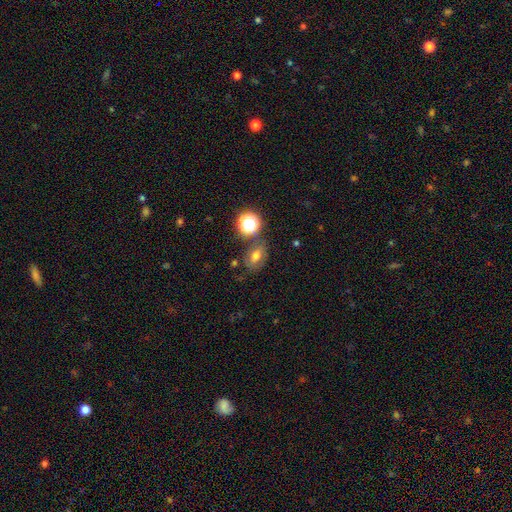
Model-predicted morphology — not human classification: Q: Smooth or featured?
A: smooth (62%); runner-up: star or artifact (20%)
Q: How rounded?
A: in between (69%); runner-up: round (29%)
Q: Merging?
A: none (69%); runner-up: minor disturbance (16%)